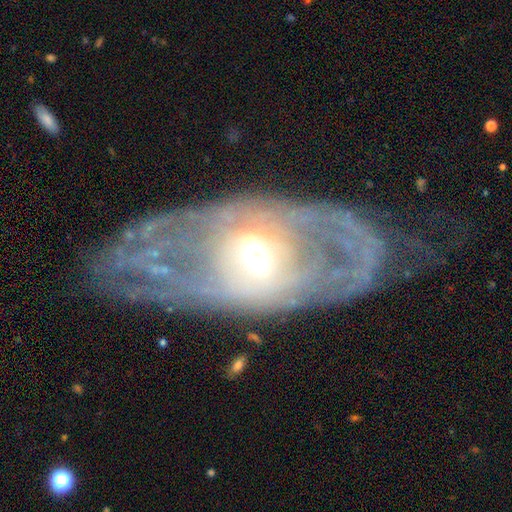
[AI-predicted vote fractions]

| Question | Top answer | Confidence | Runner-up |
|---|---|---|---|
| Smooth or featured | featured or disk | 79% | smooth (12%) |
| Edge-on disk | no | 86% | yes (14%) |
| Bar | strong | 39% | weak (33%) |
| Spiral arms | yes | 60% | no (40%) |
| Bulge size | moderate | 59% | large (20%) |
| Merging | none | 49% | major disturbance (26%) |